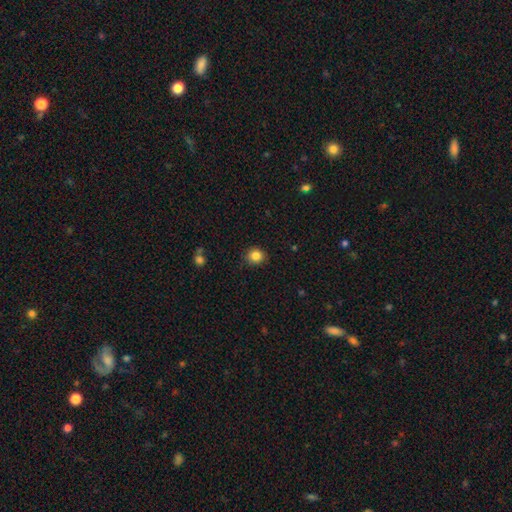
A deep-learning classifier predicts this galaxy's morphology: This is clearly a smooth galaxy (85%). How rounded: clearly round (87%). Merging: clearly none (89%).